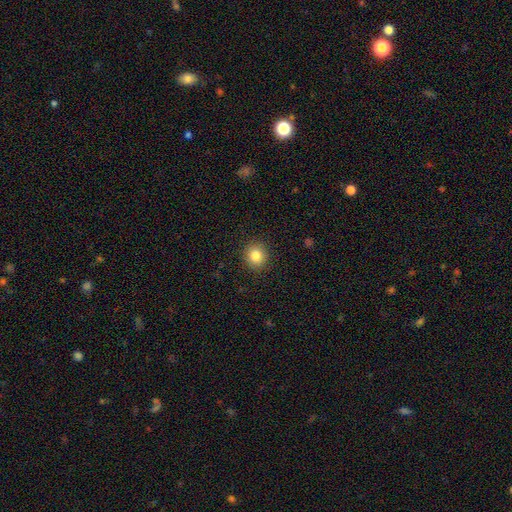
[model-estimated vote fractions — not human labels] Smooth or featured? Predicted: smooth (p=0.83). How rounded? Predicted: round (p=0.84). Merging? Predicted: none (p=0.91).